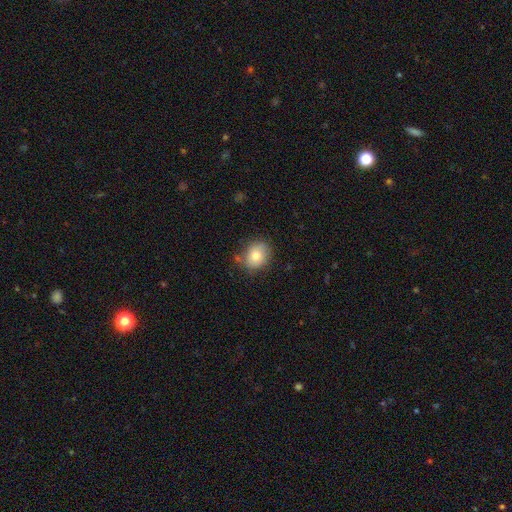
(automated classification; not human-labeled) This appears to be a smooth galaxy with no disk features (78%) that is round (56%). Merging: none (73%).